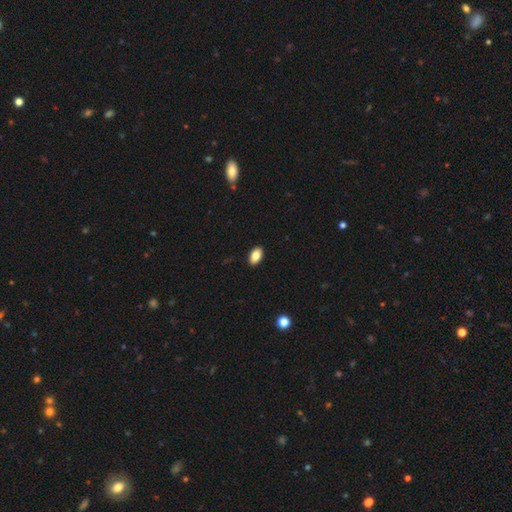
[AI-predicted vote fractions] Smooth or featured? smooth (85%)
How rounded? in between (92%)
Merging? none (91%)